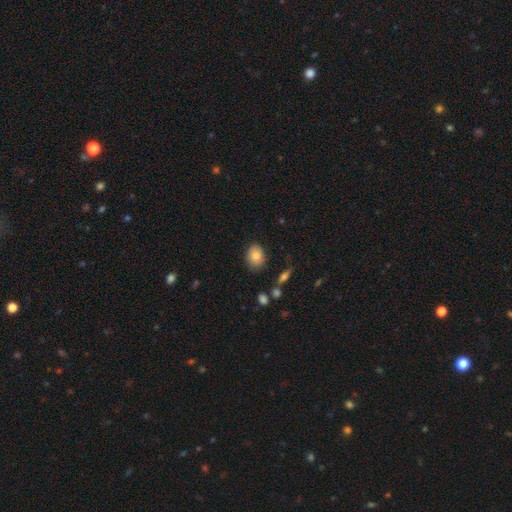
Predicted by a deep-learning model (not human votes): This appears to be a smooth galaxy with no disk features (79%) that is in between round and cigar-shaped (63%). Merging: none (80%).